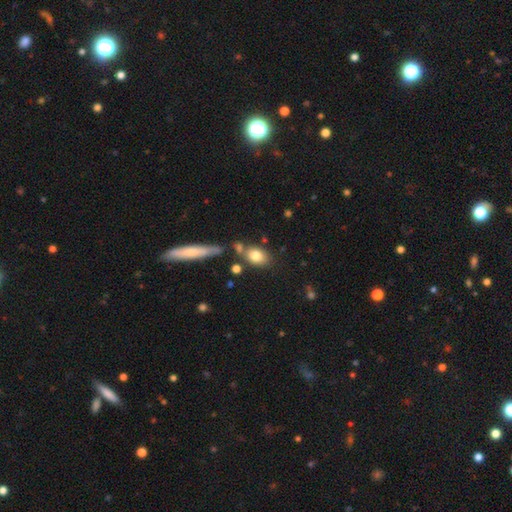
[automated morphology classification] Q: Smooth or featured?
A: smooth (78%); runner-up: featured or disk (13%)
Q: How rounded?
A: in between (74%); runner-up: round (21%)
Q: Merging?
A: none (65%); runner-up: merger (16%)